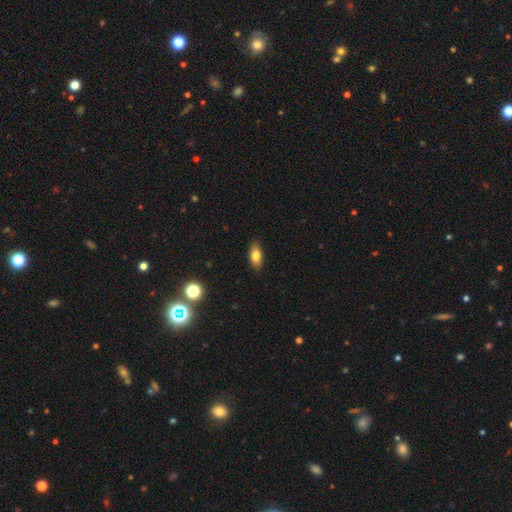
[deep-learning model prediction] A smooth galaxy with no disk features (77%) that is in between round and cigar-shaped (82%).

Vote fractions:
- Smooth or featured? smooth: 77% / featured or disk: 15% / star or artifact: 8%
- How rounded? in between: 82% / cigar-shaped: 14% / round: 4%
- Merging? none: 87% / minor disturbance: 9% / major disturbance: 2% / merger: 1%